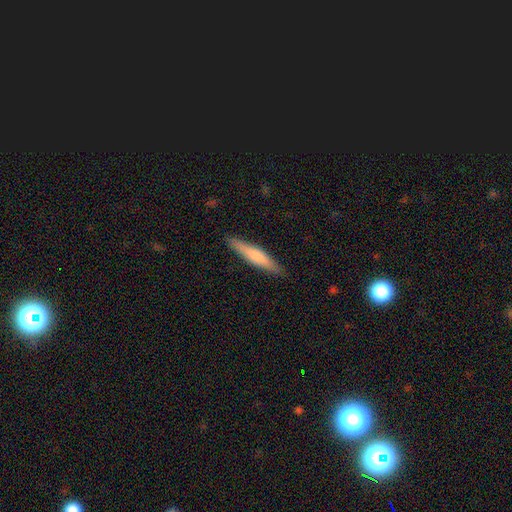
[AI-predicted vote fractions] Morphology: type=smooth (67%); roundness=cigar-shaped (89%); merging=none (89%).